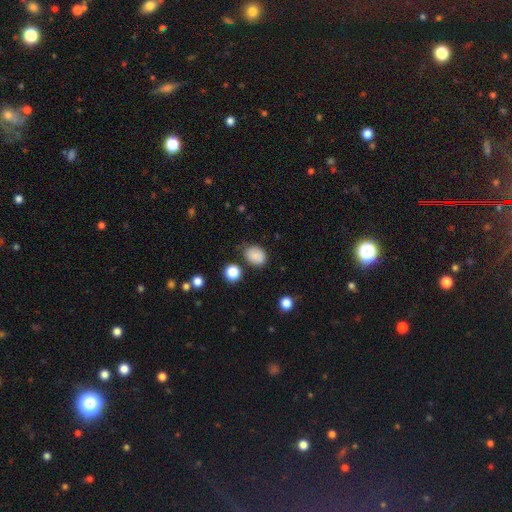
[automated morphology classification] Q: Smooth or featured?
A: smooth (84%); runner-up: star or artifact (10%)
Q: How rounded?
A: in between (57%); runner-up: round (42%)
Q: Merging?
A: none (70%); runner-up: minor disturbance (21%)